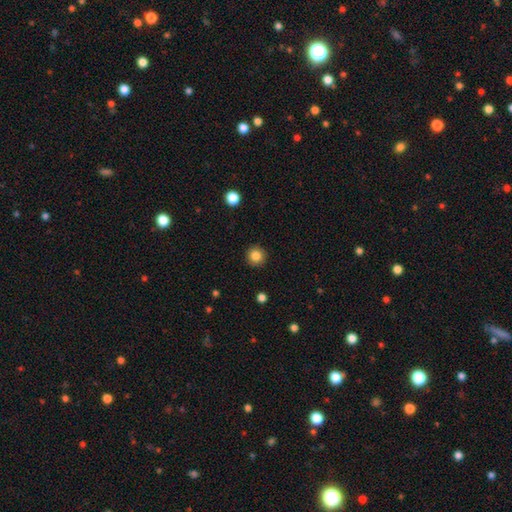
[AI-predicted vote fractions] Smooth or featured? smooth (85%)
How rounded? round (95%)
Merging? none (92%)